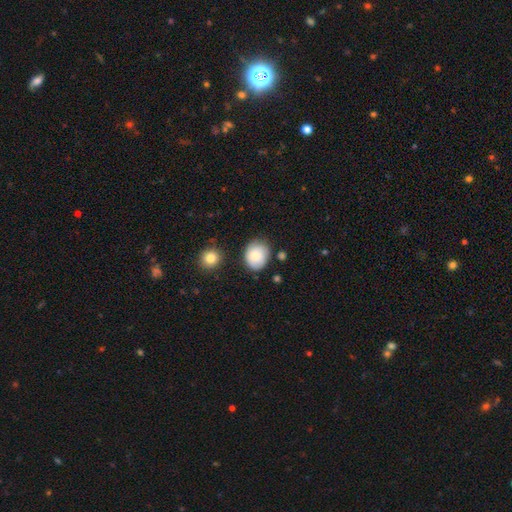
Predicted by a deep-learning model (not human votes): Q: Smooth or featured?
A: smooth (80%); runner-up: featured or disk (13%)
Q: How rounded?
A: round (59%); runner-up: in between (40%)
Q: Merging?
A: none (73%); runner-up: minor disturbance (19%)